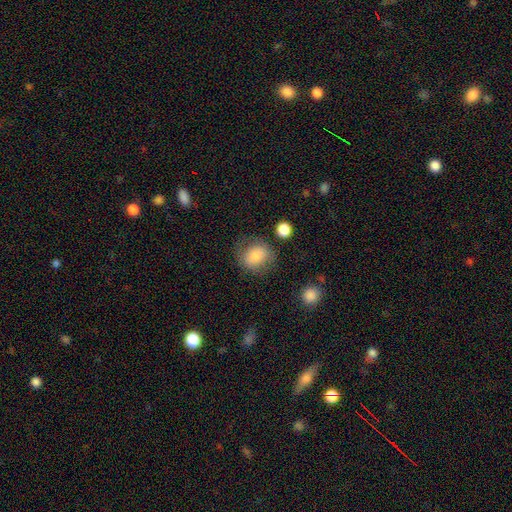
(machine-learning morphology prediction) The model was most divided on "how rounded": round: 66%, in between: 33%, cigar-shaped: 1%. More confident: smooth or featured — smooth (80%); merging — none (69%).